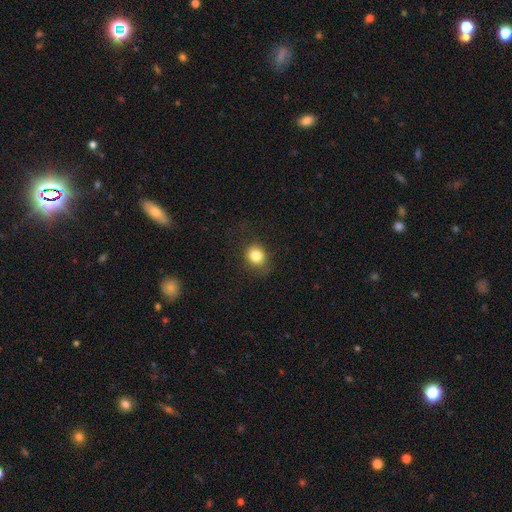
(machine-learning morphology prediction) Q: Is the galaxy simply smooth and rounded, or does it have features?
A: smooth — 83%.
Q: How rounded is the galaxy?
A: round — 71%.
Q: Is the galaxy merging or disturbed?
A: none — 78%.